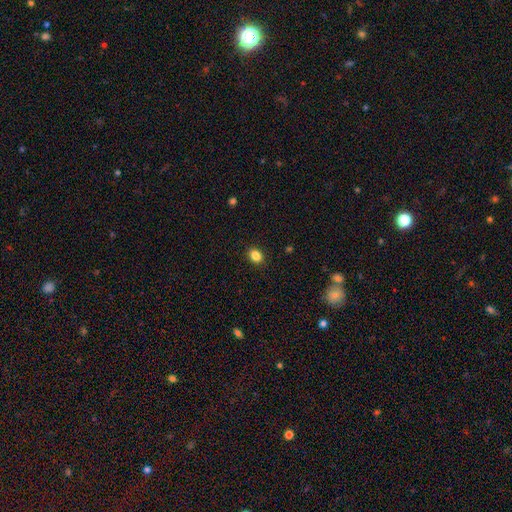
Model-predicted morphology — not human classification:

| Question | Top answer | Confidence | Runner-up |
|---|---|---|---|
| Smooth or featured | smooth | 86% | star or artifact (10%) |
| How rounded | in between | 61% | round (38%) |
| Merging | none | 90% | minor disturbance (7%) |